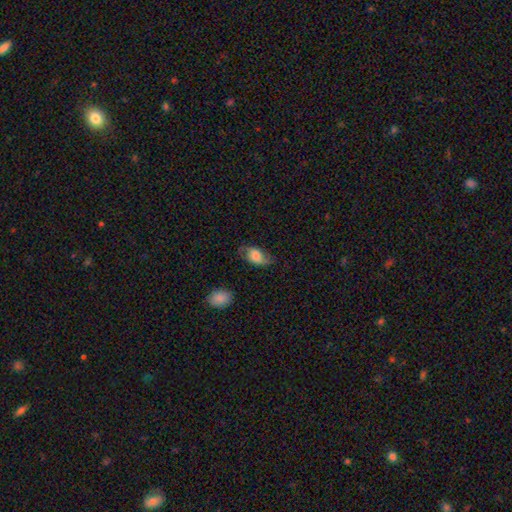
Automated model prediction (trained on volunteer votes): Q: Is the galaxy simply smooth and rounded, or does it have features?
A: smooth — 62%.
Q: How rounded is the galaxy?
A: in between — 87%.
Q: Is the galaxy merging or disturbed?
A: none — 61%.